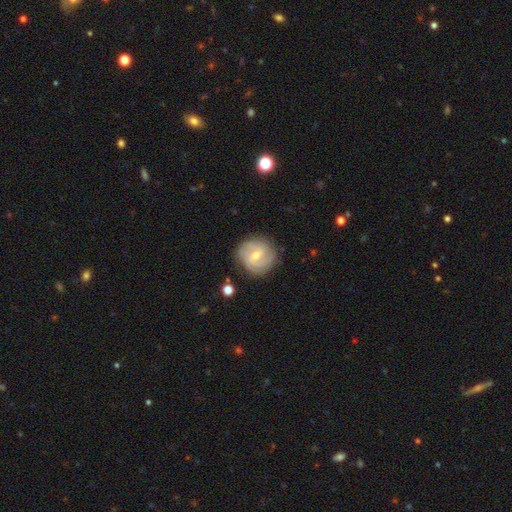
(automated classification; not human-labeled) A featured or disk galaxy (71%) with a weak bar (56%), 2 (37%) tight (51%) spiral arms (90%) and a small central bulge (57%). Merging: none (80%).